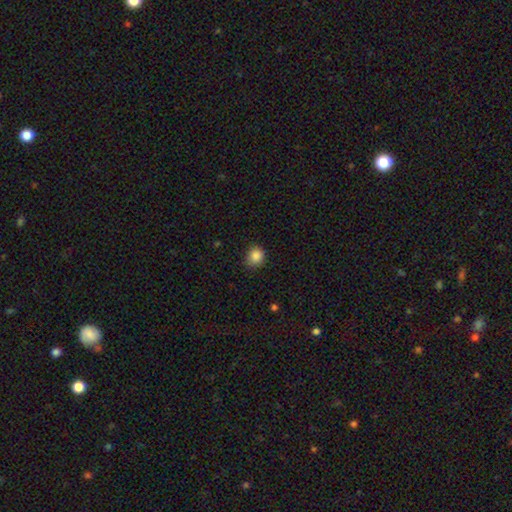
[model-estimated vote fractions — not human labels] Overall: smooth (86%). How rounded: round (79%). Merging: none (79%).